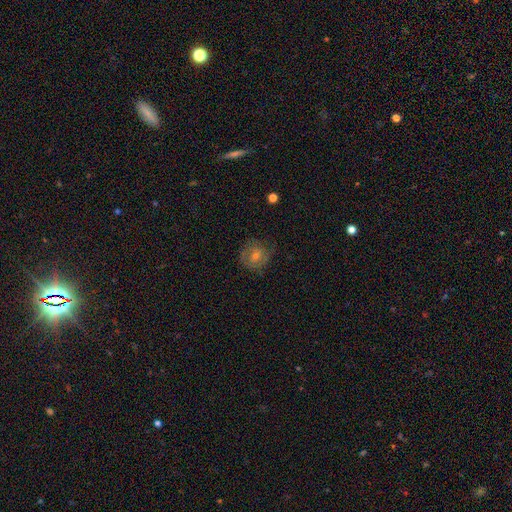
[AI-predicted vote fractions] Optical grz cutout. It shows a featured or disk galaxy (47%). Merging: none (77%).